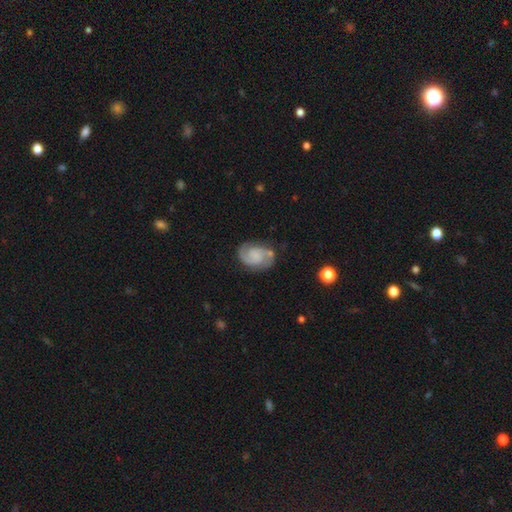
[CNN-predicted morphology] smooth_or_featured: featured or disk (p=0.83) [alt: smooth p=0.11]
disk_edge_on: no (p=0.98) [alt: yes p=0.02]
bar: no (p=0.59) [alt: weak p=0.34]
has_spiral_arms: yes (p=0.97) [alt: no p=0.03]
spiral_winding: medium (p=0.50) [alt: tight p=0.35]
spiral_arm_count: 2 (p=0.91) [alt: can't tell p=0.03]
bulge_size: none (p=0.49) [alt: small p=0.28]
merging: none (p=0.76) [alt: minor disturbance p=0.16]